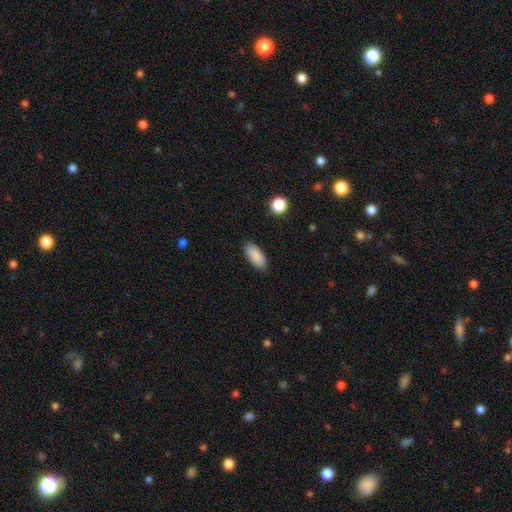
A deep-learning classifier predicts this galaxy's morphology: Smooth or featured: smooth — 89% (star or artifact — 7%)
How rounded: in between — 86% (cigar-shaped — 12%)
Merging: none — 87% (minor disturbance — 10%)